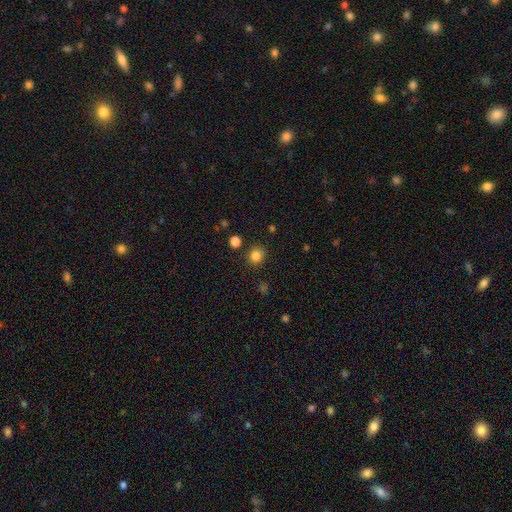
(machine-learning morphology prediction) A smooth galaxy with no disk features (83%) that is round (82%). Merging: none (86%).